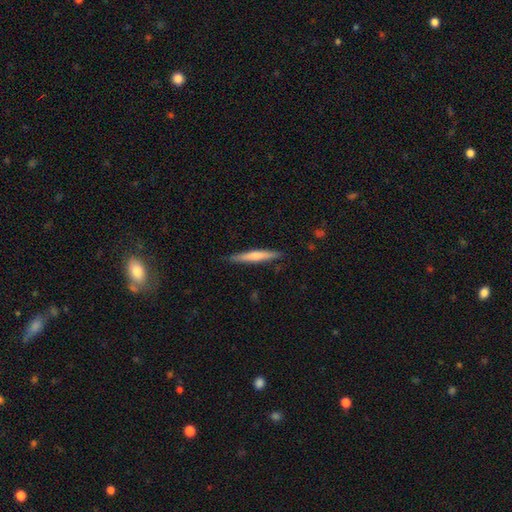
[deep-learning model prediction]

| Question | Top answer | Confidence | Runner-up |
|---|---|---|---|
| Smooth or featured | smooth | 59% | featured or disk (35%) |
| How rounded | cigar-shaped | 94% | in between (5%) |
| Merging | none | 87% | minor disturbance (10%) |